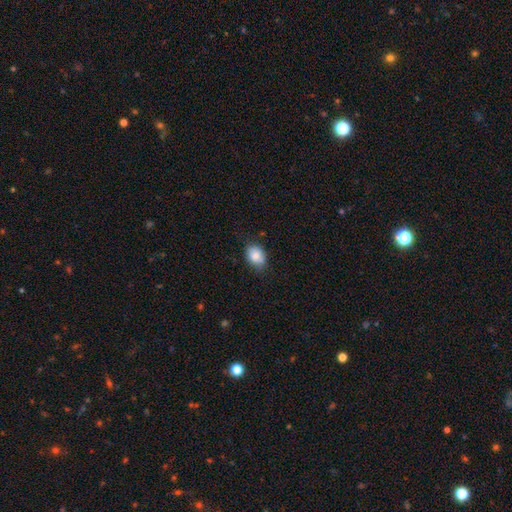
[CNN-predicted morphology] smooth-or-featured: smooth: 85% | star or artifact: 8% | featured or disk: 7%
  how-rounded: in between: 69% | round: 30% | cigar-shaped: 1%
  merging: none: 76% | minor disturbance: 19% | major disturbance: 3% | merger: 1%